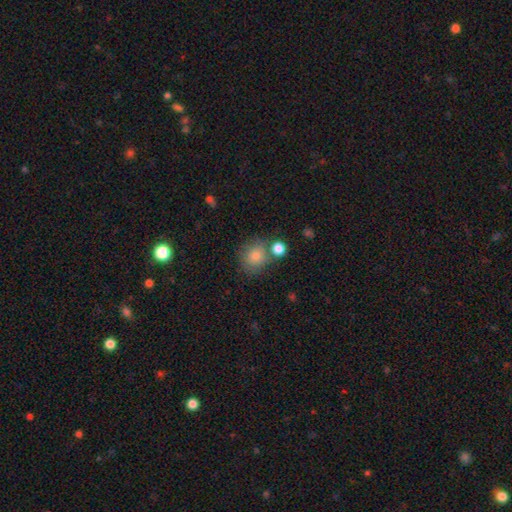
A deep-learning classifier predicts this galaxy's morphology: Smooth or featured? Predicted: smooth (p=0.79). How rounded? Predicted: round (p=0.77). Merging? Predicted: none (p=0.69).